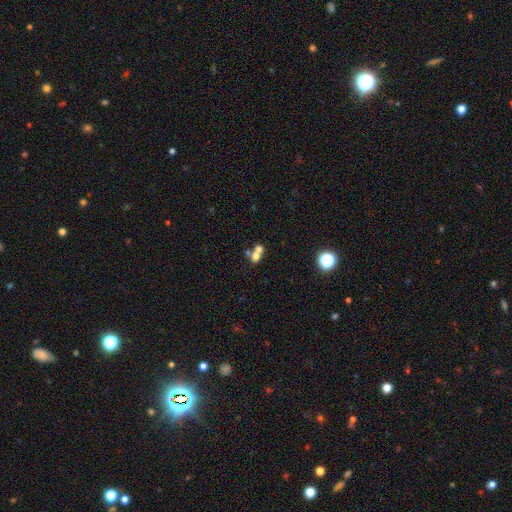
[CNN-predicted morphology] smooth-or-featured: smooth: 64% | featured or disk: 22% | star or artifact: 15%
  how-rounded: round: 50% | in between: 48% | cigar-shaped: 2%
  merging: merger: 64% | none: 26% | minor disturbance: 6% | major disturbance: 4%